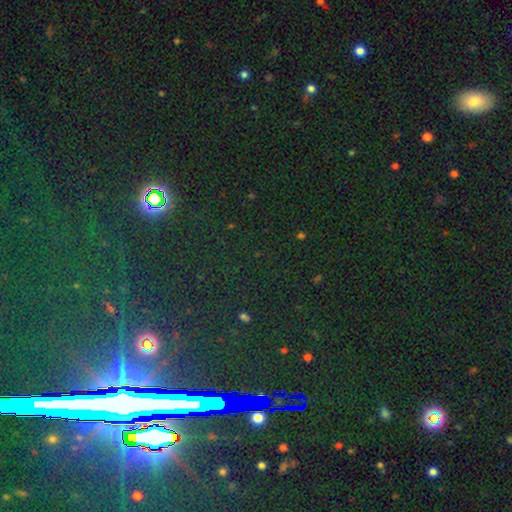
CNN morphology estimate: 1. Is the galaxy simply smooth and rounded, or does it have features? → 79% star or artifact, 12% smooth, 9% featured or disk.